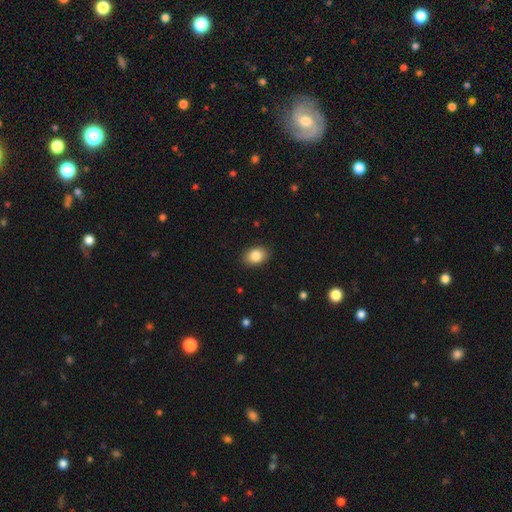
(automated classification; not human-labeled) Smooth or featured?
  - smooth: 85% *
  - star or artifact: 8%
  - featured or disk: 7%
How rounded?
  - in between: 76% *
  - round: 23%
  - cigar-shaped: 1%
Merging?
  - none: 88% *
  - minor disturbance: 9%
  - major disturbance: 2%
  - merger: 1%